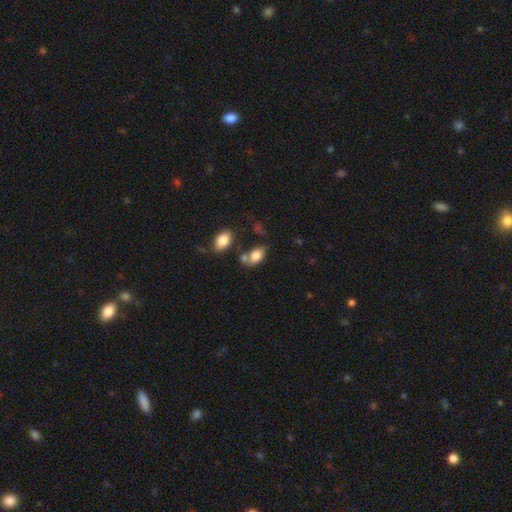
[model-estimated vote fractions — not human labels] Smooth or featured?
  - smooth: 82% *
  - featured or disk: 10%
  - star or artifact: 8%
How rounded?
  - in between: 90% *
  - round: 8%
  - cigar-shaped: 2%
Merging?
  - none: 48% *
  - merger: 27%
  - minor disturbance: 18%
  - major disturbance: 7%